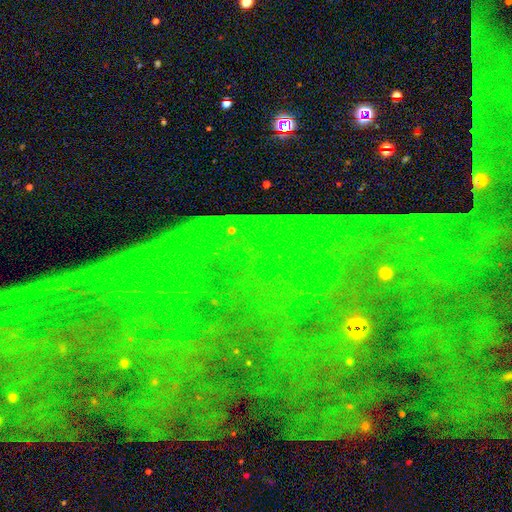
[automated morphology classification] This is clearly a star or artifact rather than a galaxy (83%).